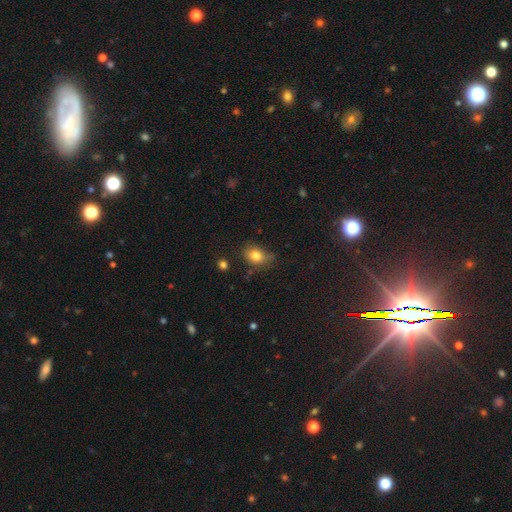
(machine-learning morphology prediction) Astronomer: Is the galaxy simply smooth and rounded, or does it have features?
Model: smooth — 81%.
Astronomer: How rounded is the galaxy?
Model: in between — 59% (runner-up: round, 39%).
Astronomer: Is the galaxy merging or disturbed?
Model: none — 66%.